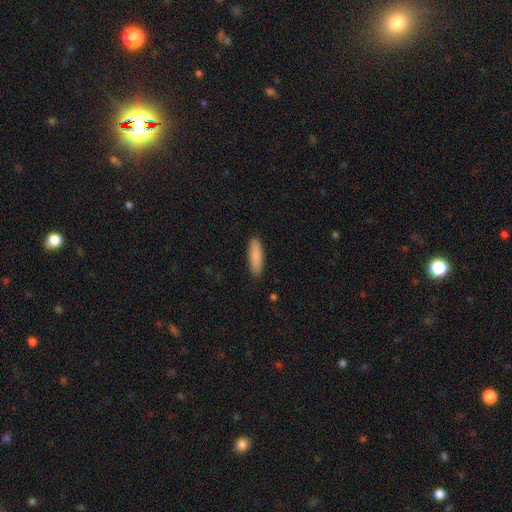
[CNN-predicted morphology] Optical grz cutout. It shows a smooth galaxy with no disk features (87%) that is cigar-shaped (55%). Merging: none (88%).